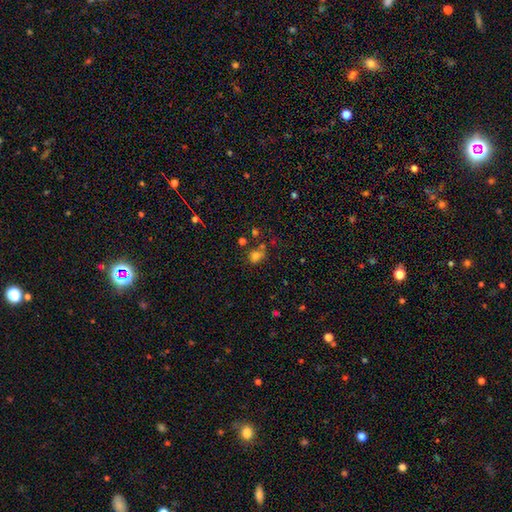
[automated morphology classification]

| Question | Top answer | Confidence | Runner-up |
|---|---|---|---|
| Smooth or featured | smooth | 73% | star or artifact (19%) |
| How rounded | round | 58% | in between (41%) |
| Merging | none | 55% | minor disturbance (19%) |